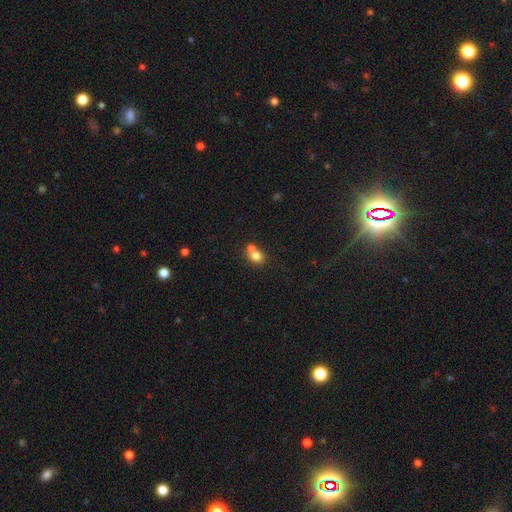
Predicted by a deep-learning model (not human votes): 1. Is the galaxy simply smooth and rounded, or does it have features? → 78% smooth, 11% star or artifact, 11% featured or disk.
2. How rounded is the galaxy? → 73% round, 26% in between, 1% cigar-shaped.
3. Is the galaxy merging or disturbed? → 50% merger, 40% none, 7% minor disturbance, 3% major disturbance.